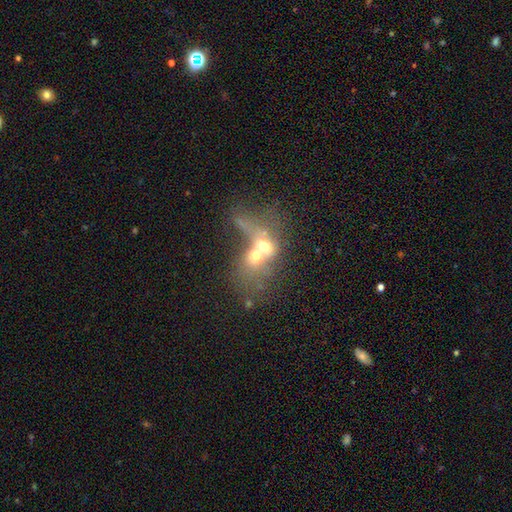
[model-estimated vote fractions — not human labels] Smooth or featured? Predicted: smooth (p=0.47). Merging? Predicted: merger (p=0.77).